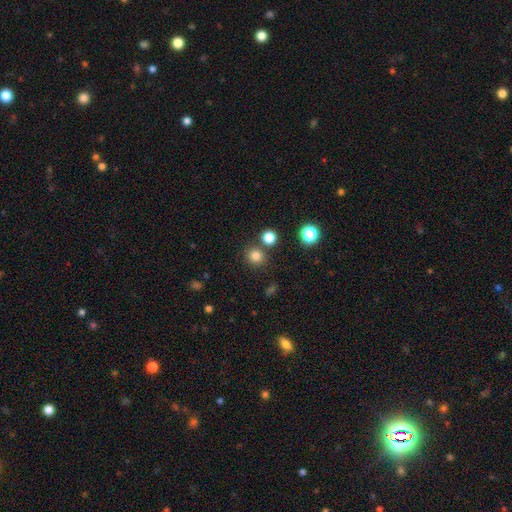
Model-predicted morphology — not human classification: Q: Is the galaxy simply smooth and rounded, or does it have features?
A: smooth — 80%.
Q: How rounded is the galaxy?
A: round — 90%.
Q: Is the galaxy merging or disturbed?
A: none — 79%.